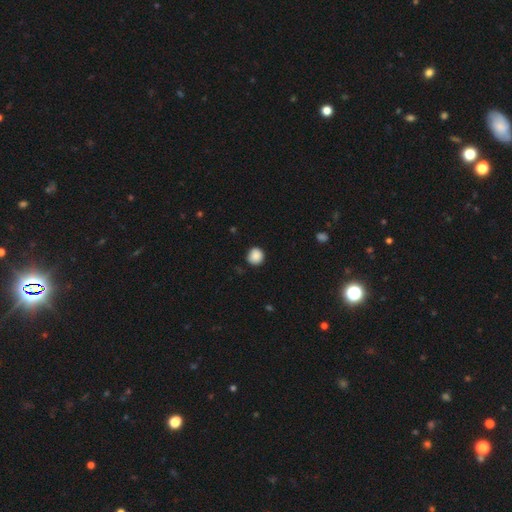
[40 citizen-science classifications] smooth 90%, star or artifact 8%, featured or disk 2%. Down the decision tree: how rounded — round (100%); merging — none (81%).